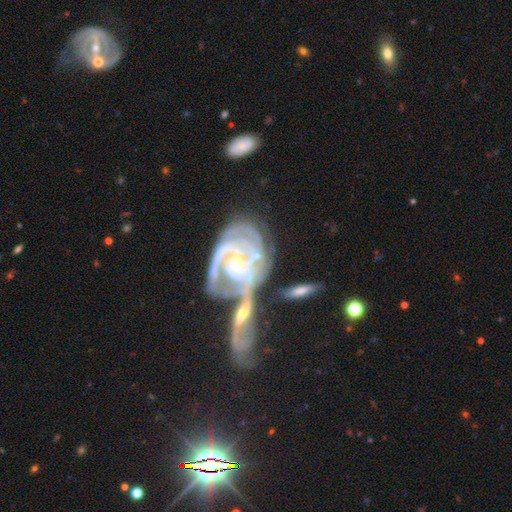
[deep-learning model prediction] featured or disk 85%, smooth 9%, star or artifact 6%. Down the decision tree: edge-on disk — no (97%); bar — no (69%); spiral arms — yes (94%); spiral arm count — 3 (26%); spiral winding — tight (63%); bulge size — small (72%); merging — merger (45%).